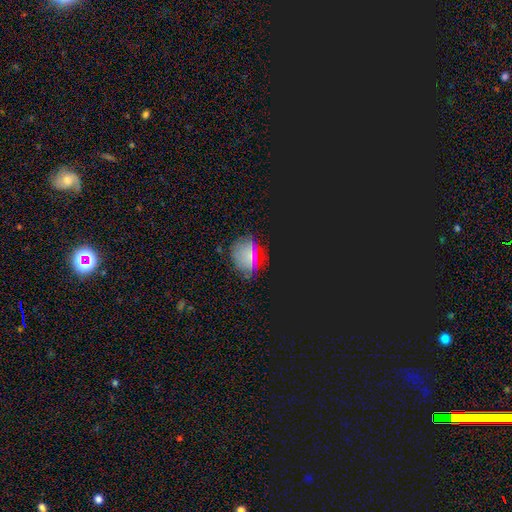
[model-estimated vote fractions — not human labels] Smooth or featured? star or artifact (55%)